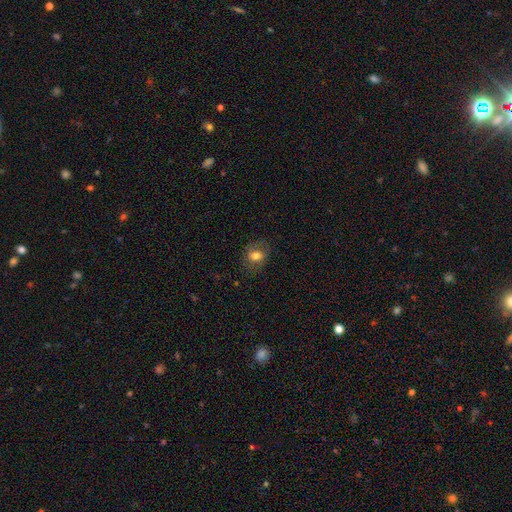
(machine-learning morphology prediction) smooth-or-featured: smooth: 71% | featured or disk: 19% | star or artifact: 10%
  how-rounded: round: 51% | in between: 48% | cigar-shaped: 1%
  merging: none: 76% | minor disturbance: 16% | major disturbance: 7% | merger: 1%